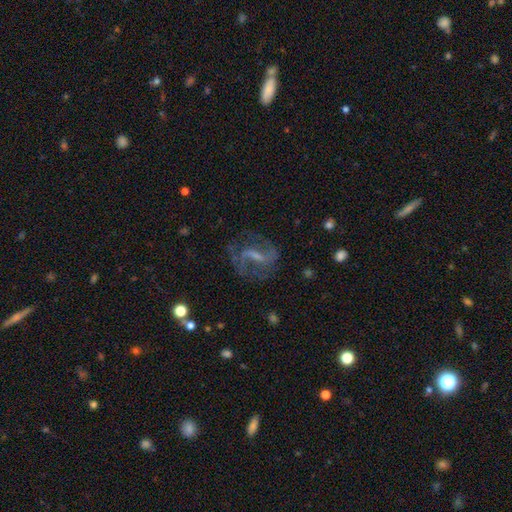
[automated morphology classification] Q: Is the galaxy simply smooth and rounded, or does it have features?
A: featured or disk — 78%.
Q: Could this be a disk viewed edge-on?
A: no — 95%.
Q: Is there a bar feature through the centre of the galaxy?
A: strong — 43%, tied with weak.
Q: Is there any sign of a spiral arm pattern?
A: yes — 90%.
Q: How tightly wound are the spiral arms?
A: medium — 49%.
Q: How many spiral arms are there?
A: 2 — 83%.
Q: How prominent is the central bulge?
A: small — 44%.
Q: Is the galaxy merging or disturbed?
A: none — 70%.